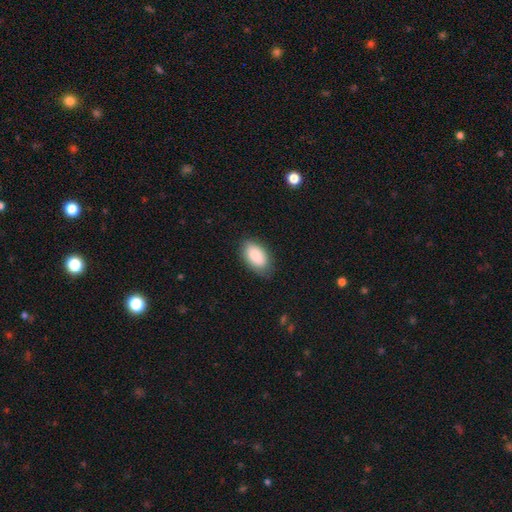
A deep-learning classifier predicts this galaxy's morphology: type=smooth (86%); roundness=in between (94%); merging=none (79%).